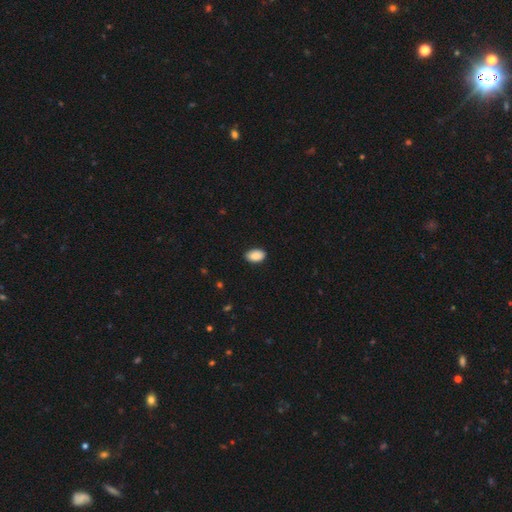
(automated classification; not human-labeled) A smooth galaxy with no disk features (90%) that is in between round and cigar-shaped (93%). Merging: none (87%).